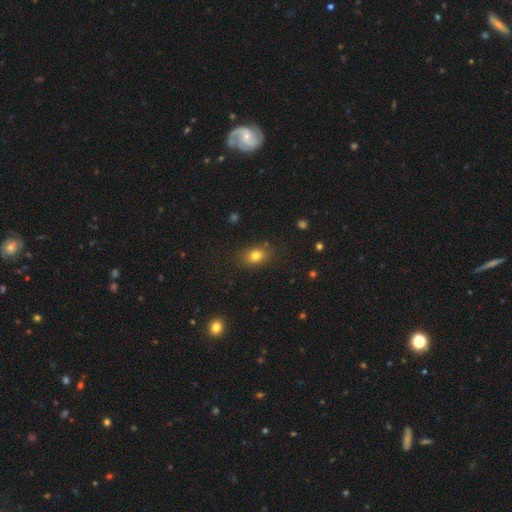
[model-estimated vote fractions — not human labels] Smooth or featured?
  - smooth: 80% *
  - star or artifact: 12%
  - featured or disk: 9%
How rounded?
  - in between: 66% *
  - round: 33%
  - cigar-shaped: 2%
Merging?
  - none: 83% *
  - minor disturbance: 12%
  - major disturbance: 4%
  - merger: 2%